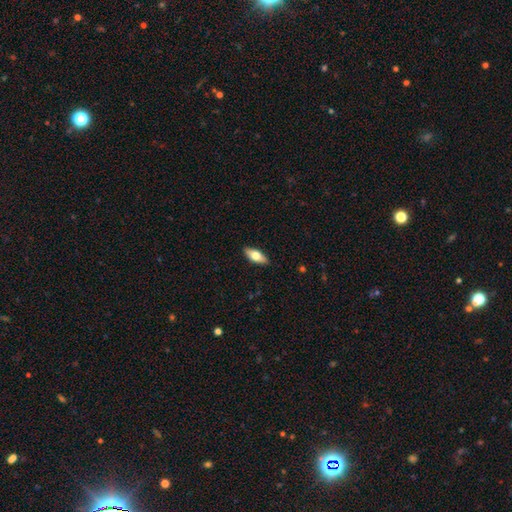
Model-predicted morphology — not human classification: A smooth galaxy with no disk features (63%) that is in between round and cigar-shaped (78%). Merging: none (89%).